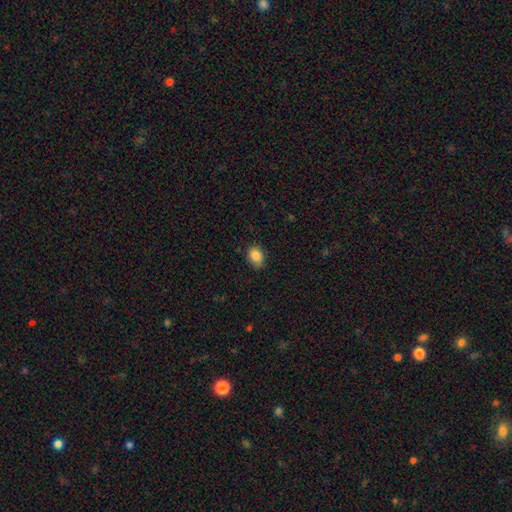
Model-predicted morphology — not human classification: Smooth or featured? Predicted: smooth (p=0.86). How rounded? Predicted: in between (p=0.62). Merging? Predicted: none (p=0.80).